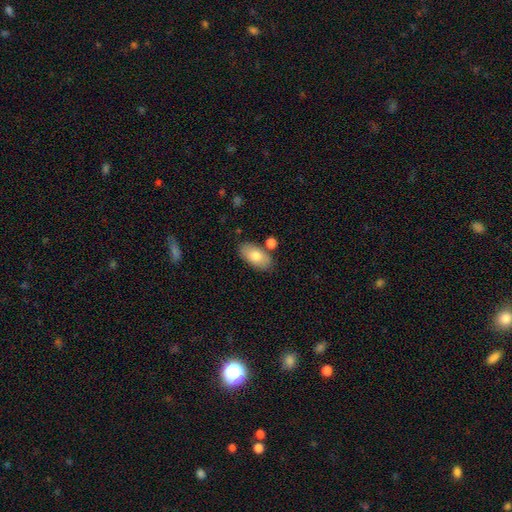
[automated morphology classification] smooth_or_featured: smooth (p=0.77) [alt: featured or disk p=0.17]
how_rounded: in between (p=0.94) [alt: round p=0.04]
merging: none (p=0.77) [alt: minor disturbance p=0.12]